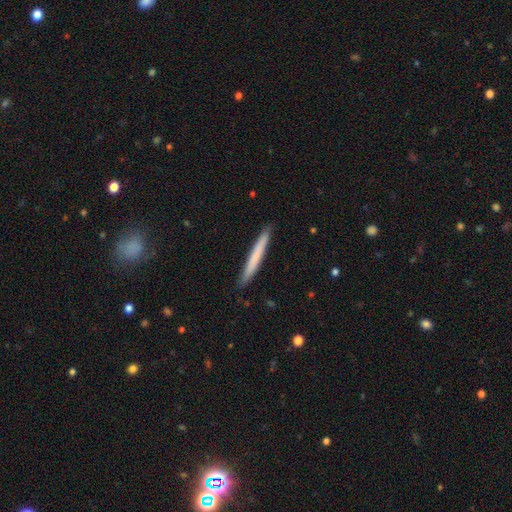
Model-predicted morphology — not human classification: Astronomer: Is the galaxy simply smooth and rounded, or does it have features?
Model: smooth — 67%.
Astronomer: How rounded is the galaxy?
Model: cigar-shaped — 97%.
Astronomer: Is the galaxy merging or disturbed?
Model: none — 91%.